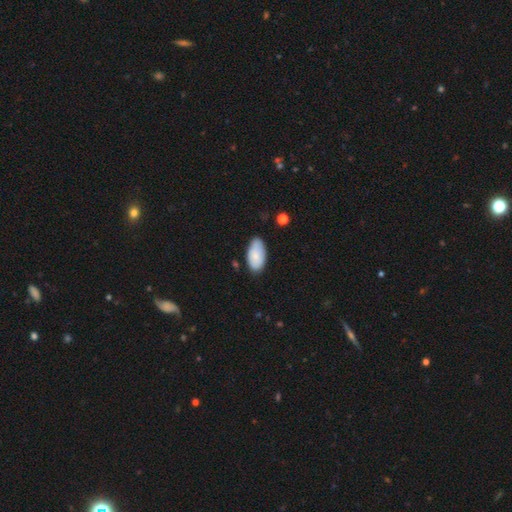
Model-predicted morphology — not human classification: A smooth galaxy with no disk features (78%) that is in between round and cigar-shaped (95%). Merging: none (71%).